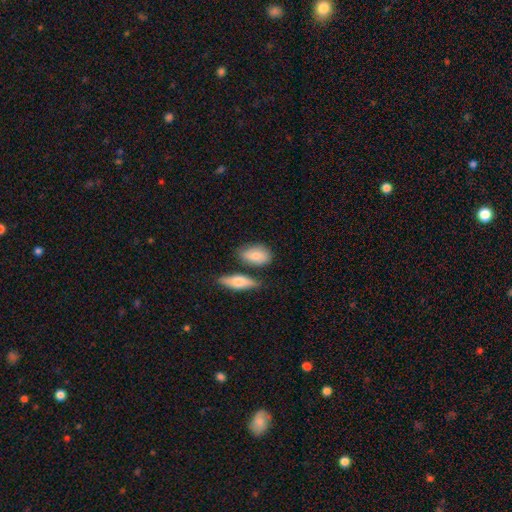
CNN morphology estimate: Overall: smooth (79%). How rounded: in between (86%). Merging: none (64%).